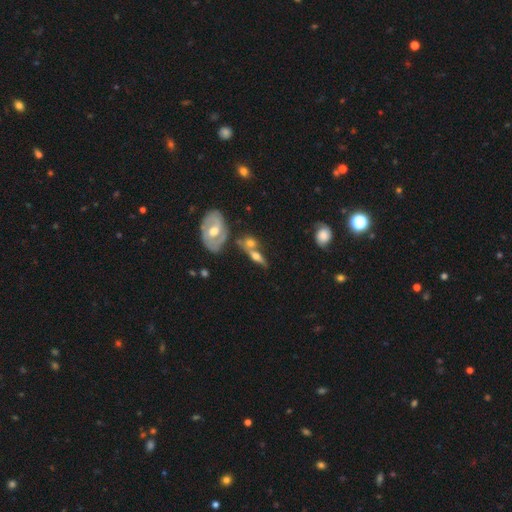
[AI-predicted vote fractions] This appears to be a featured or disk galaxy (53%) viewed edge-on (56%). Merging: none (42%).